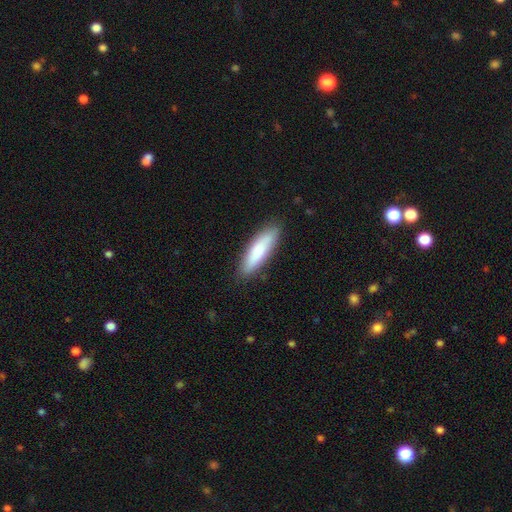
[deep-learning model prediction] Morphology: type=smooth (78%); roundness=cigar-shaped (66%); merging=none (87%).